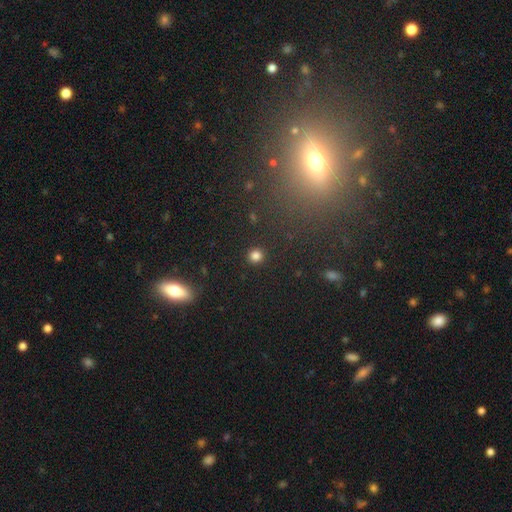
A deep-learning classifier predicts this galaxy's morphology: This appears to be a smooth galaxy with no disk features (82%) that is round (91%). Merging: none (92%).